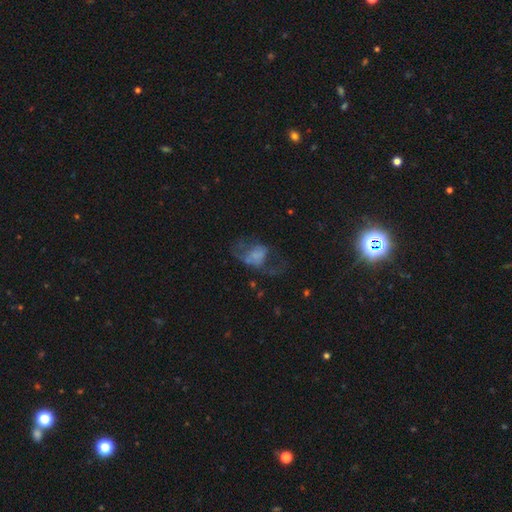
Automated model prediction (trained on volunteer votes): smooth_or_featured: smooth (p=0.43) [tied with: featured or disk p=0.43]
merging: major disturbance (p=0.52) [alt: none p=0.25]